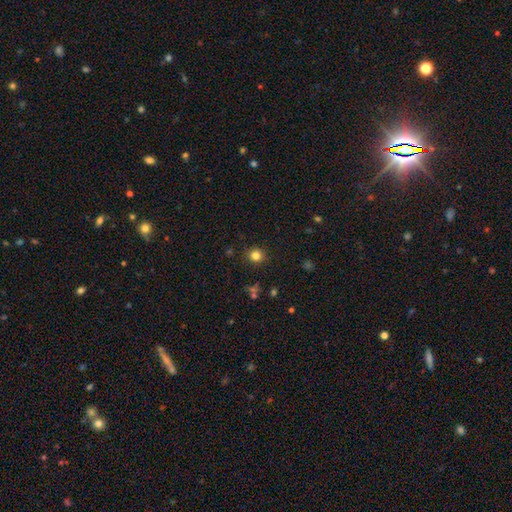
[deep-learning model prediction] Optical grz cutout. It shows a smooth galaxy with no disk features (81%) that is round (91%). Merging: none (90%).